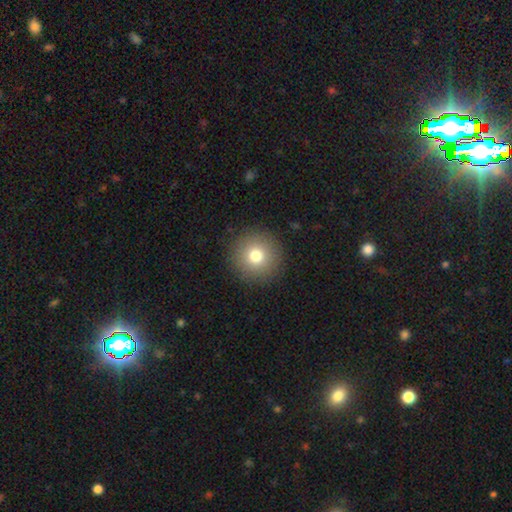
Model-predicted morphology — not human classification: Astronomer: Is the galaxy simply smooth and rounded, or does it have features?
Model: smooth — 78%.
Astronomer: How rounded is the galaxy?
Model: round — 96%.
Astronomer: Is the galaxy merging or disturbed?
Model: none — 92%.